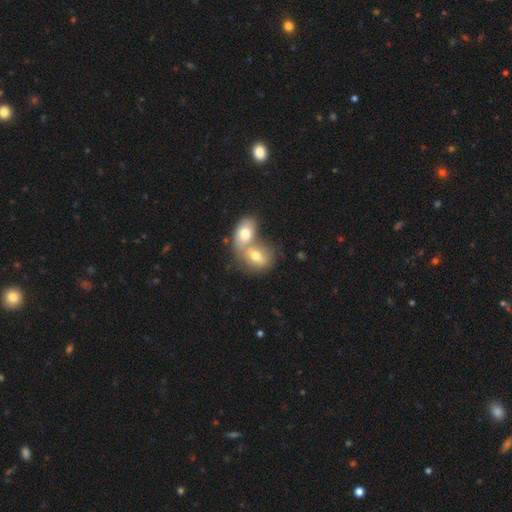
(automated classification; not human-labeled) Morphology: type=smooth (65%); roundness=in between (80%); merging=merger (70%).